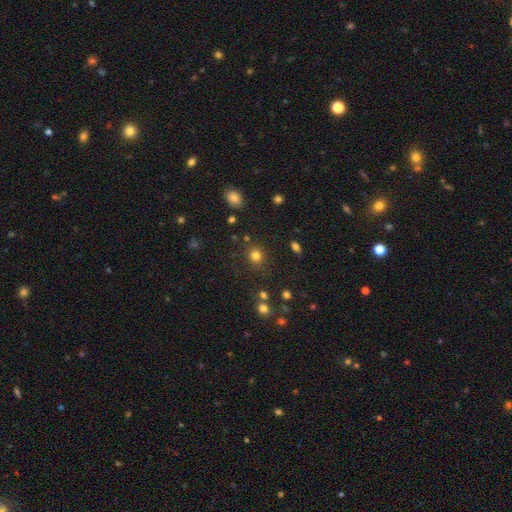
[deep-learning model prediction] Smooth or featured?
  - smooth: 79% *
  - star or artifact: 15%
  - featured or disk: 6%
How rounded?
  - round: 86% *
  - in between: 13%
  - cigar-shaped: 1%
Merging?
  - none: 83% *
  - minor disturbance: 9%
  - merger: 4%
  - major disturbance: 4%